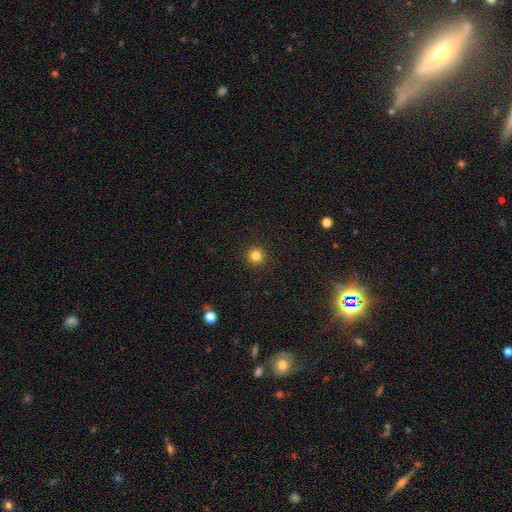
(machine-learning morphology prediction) Overall: smooth (83%). How rounded: round (95%). Merging: none (93%).